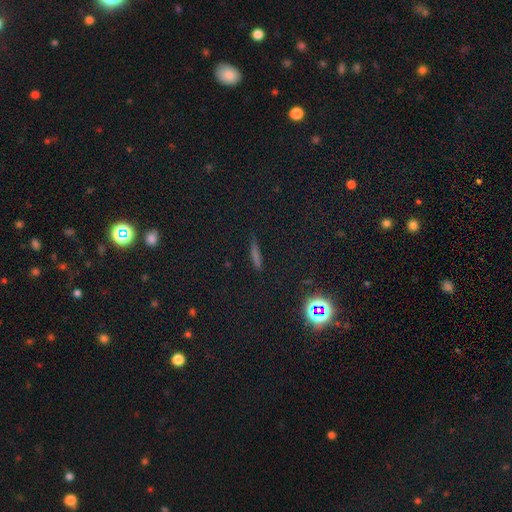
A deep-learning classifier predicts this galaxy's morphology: type=smooth (49%); merging=none (87%).